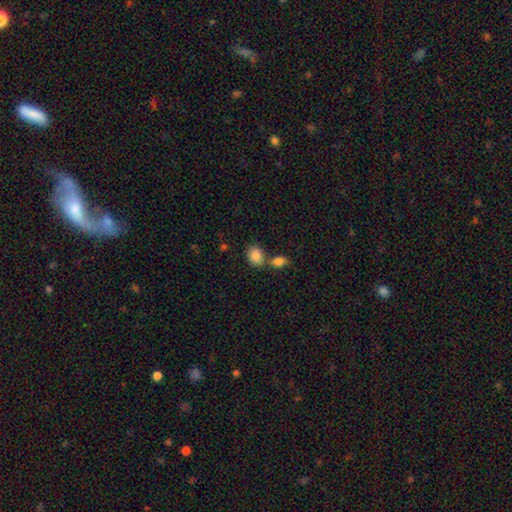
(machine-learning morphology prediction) Smooth or featured: smooth — 86% (star or artifact — 8%)
How rounded: in between — 72% (round — 26%)
Merging: none — 53% (merger — 33%)